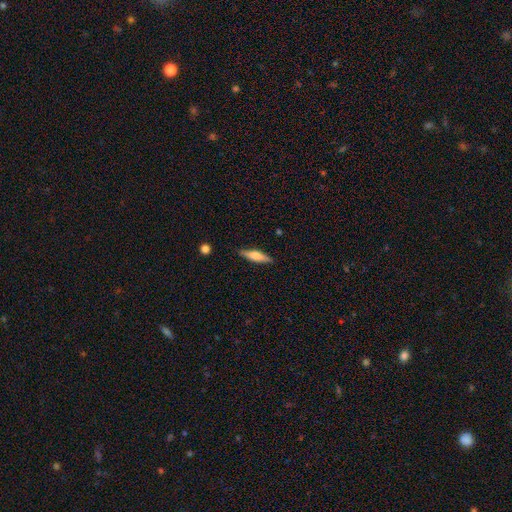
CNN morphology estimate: smooth 51%, featured or disk 43%, star or artifact 6%. Down the decision tree: how rounded — cigar-shaped (74%); merging — none (87%).